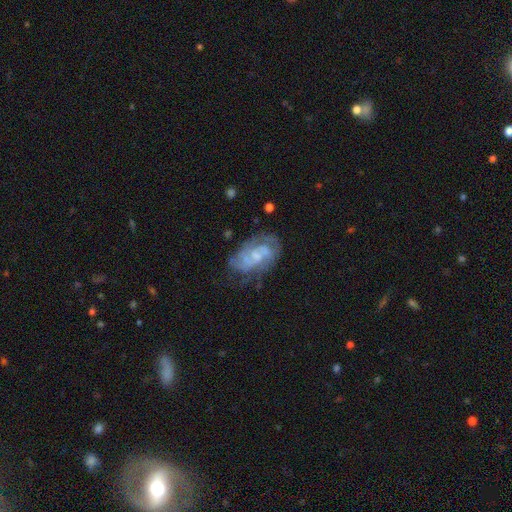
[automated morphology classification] Overall: featured or disk (78%). Edge-on disk: no (97%). Bar: no (57%; weak 37%). Spiral arms: yes (89%). Spiral arm count: 2 (42%; can't tell 31%). Spiral winding: tight (48%; medium 40%). Bulge size: small (49%; moderate 32%). Merging: none (62%; minor disturbance 23%).